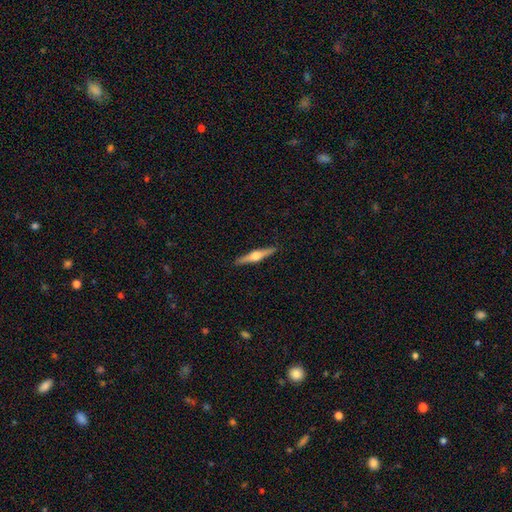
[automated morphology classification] This is likely a featured or disk galaxy (72%). It is clearly viewed edge-on (98%). Edge-on bulge: clearly rounded (94%). Merging: clearly none (91%).